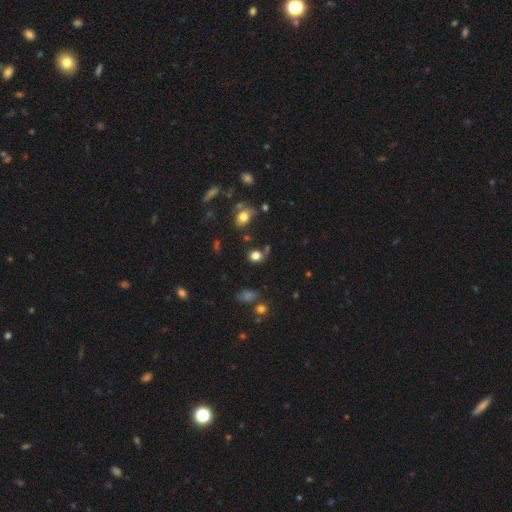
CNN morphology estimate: Overall: smooth (77%). How rounded: round (67%; in between 32%). Merging: none (66%).